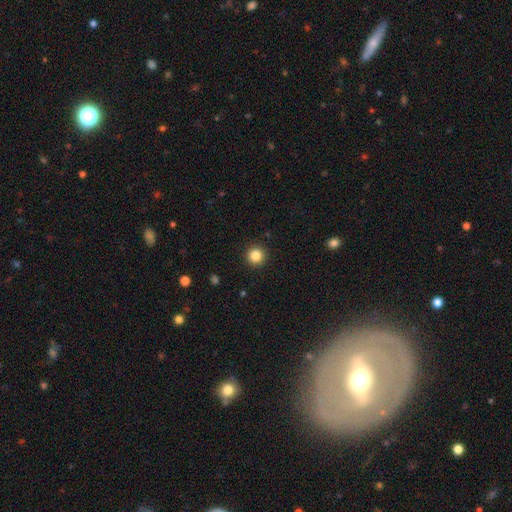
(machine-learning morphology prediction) type=smooth (84%); roundness=round (95%); merging=none (93%).